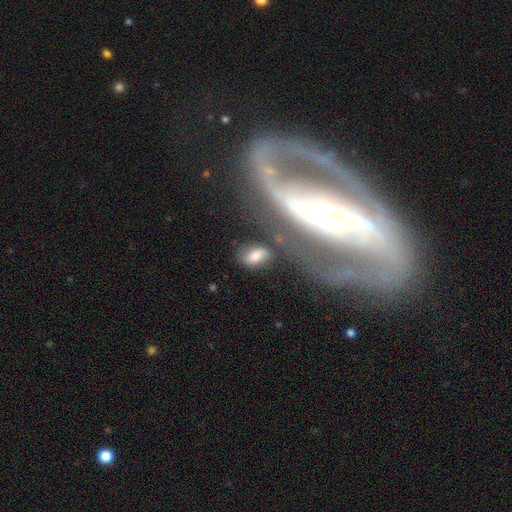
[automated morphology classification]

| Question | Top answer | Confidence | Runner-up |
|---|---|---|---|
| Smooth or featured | smooth | 76% | featured or disk (14%) |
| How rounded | in between | 88% | round (9%) |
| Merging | none | 65% | minor disturbance (18%) |